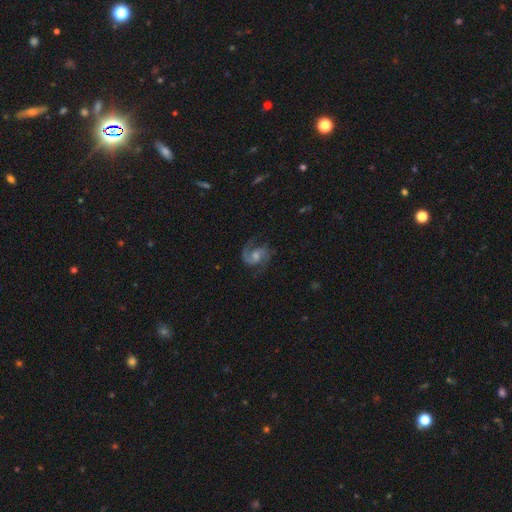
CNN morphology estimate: type=featured or disk (88%); edge-on=no (98%); bar=no (47%); spiral arms=yes (98%); winding=medium (59%); arm count=2 (90%); bulge=moderate (50%); merging=none (77%).